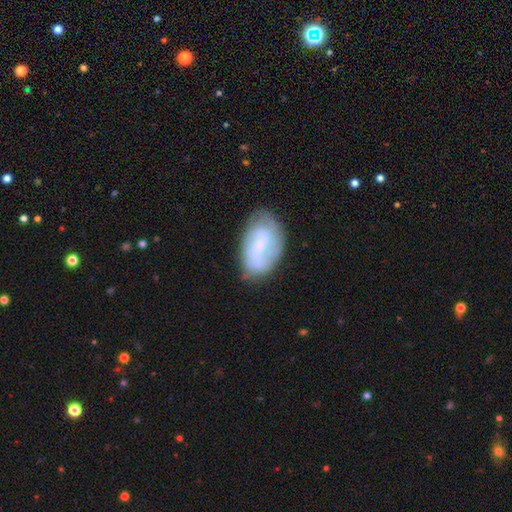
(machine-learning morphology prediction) Smooth or featured? Predicted: featured or disk (p=0.54). Edge-on disk? Predicted: no (p=0.96). Bar? Predicted: weak (p=0.42). Spiral arms? Predicted: yes (p=0.65). Bulge size? Predicted: none (p=0.41). Merging? Predicted: none (p=0.58).